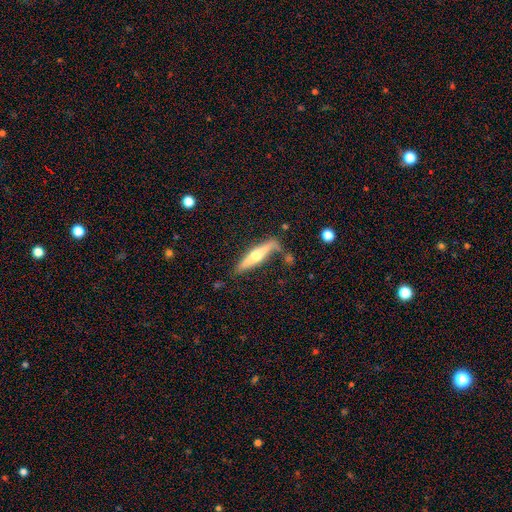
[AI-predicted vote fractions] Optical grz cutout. It shows a featured or disk galaxy (60%) viewed edge-on (94%) with a rounded central bulge (93%). Merging: none (72%).